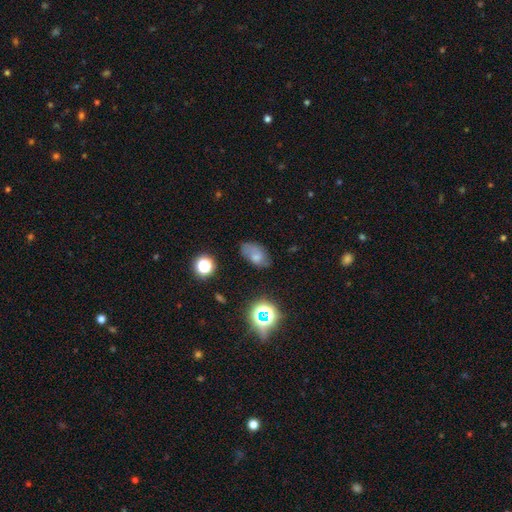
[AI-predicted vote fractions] Overall: smooth (59%; featured or disk 24%). How rounded: in between (87%). Merging: none (53%; minor disturbance 30%).